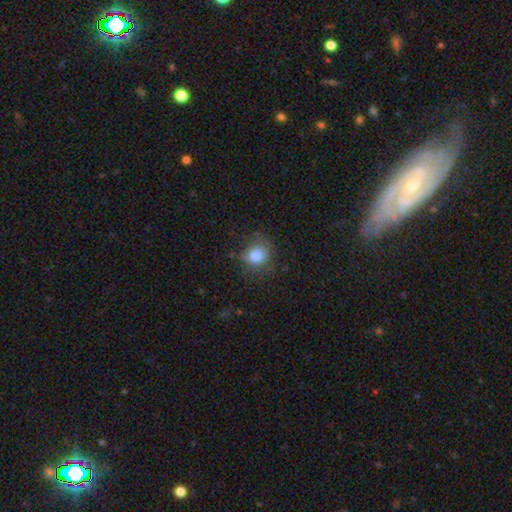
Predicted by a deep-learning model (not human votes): smooth_or_featured: smooth (p=0.82) [alt: star or artifact p=0.11]
how_rounded: round (p=0.75) [alt: in between p=0.24]
merging: none (p=0.69) [alt: minor disturbance p=0.21]